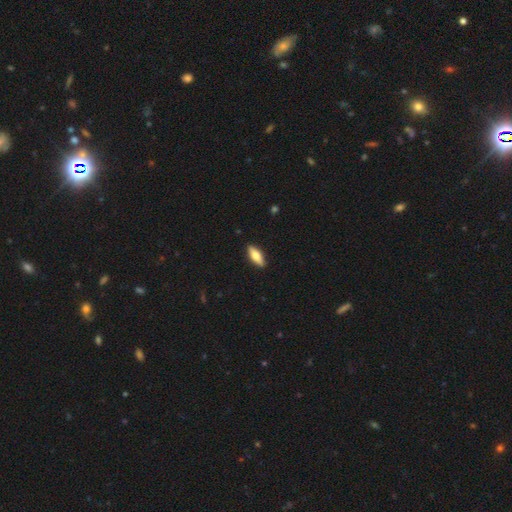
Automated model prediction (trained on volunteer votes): Smooth or featured: smooth — 66% (featured or disk — 28%)
How rounded: in between — 67% (cigar-shaped — 30%)
Merging: none — 89% (minor disturbance — 8%)